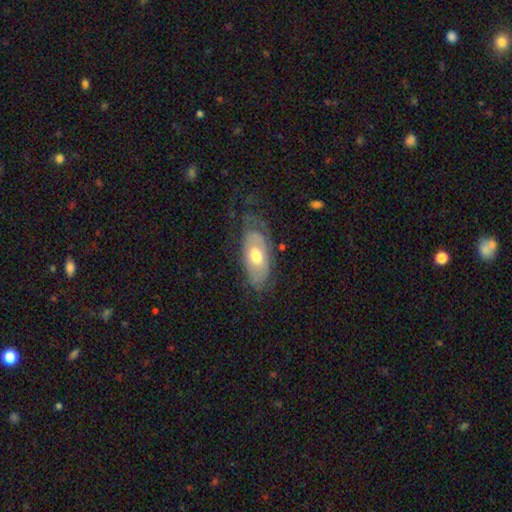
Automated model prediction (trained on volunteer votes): A featured or disk galaxy (54%).

Vote fractions:
- Smooth or featured? featured or disk: 54% / smooth: 40% / star or artifact: 6%
- Edge-on disk? no: 85% / yes: 15%
- Merging? none: 56% / minor disturbance: 26% / major disturbance: 17% / merger: 1%